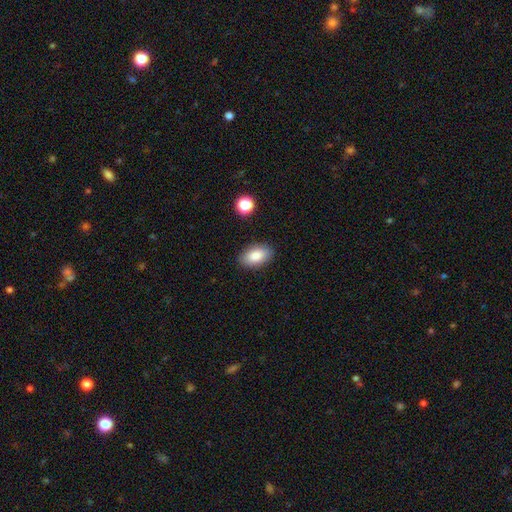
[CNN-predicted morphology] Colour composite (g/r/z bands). It shows a smooth galaxy with no disk features (85%) that is in between round and cigar-shaped (93%). Merging: none (87%).